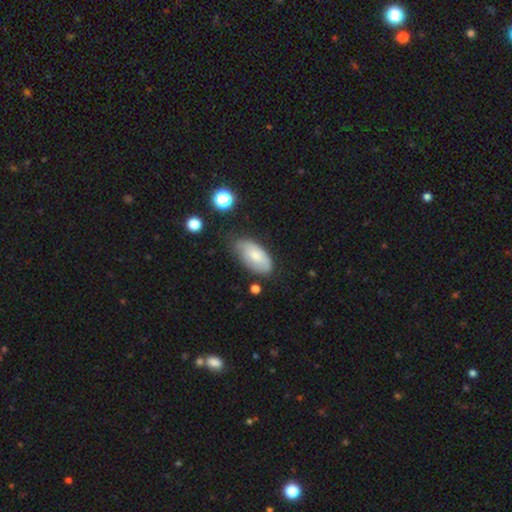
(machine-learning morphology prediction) A smooth galaxy with no disk features (64%) that is in between round and cigar-shaped (93%). Merging: none (55%).